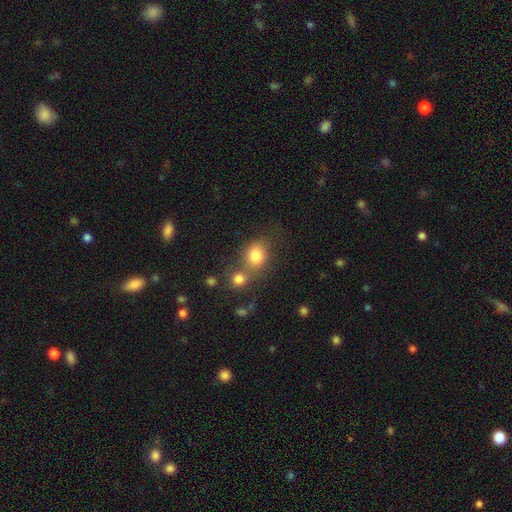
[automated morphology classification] This appears to be a smooth galaxy with no disk features (80%) that is round (64%). Merging: none (45%).